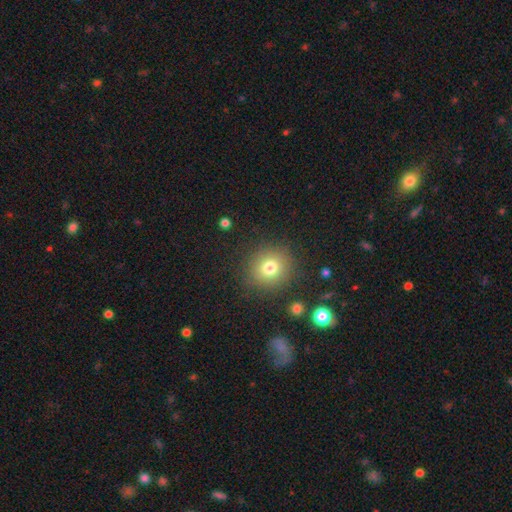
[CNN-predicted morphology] Smooth or featured?
  - smooth: 62% *
  - star or artifact: 30%
  - featured or disk: 8%
How rounded?
  - round: 91% *
  - in between: 8%
  - cigar-shaped: 1%
Merging?
  - none: 89% *
  - minor disturbance: 6%
  - merger: 3%
  - major disturbance: 2%